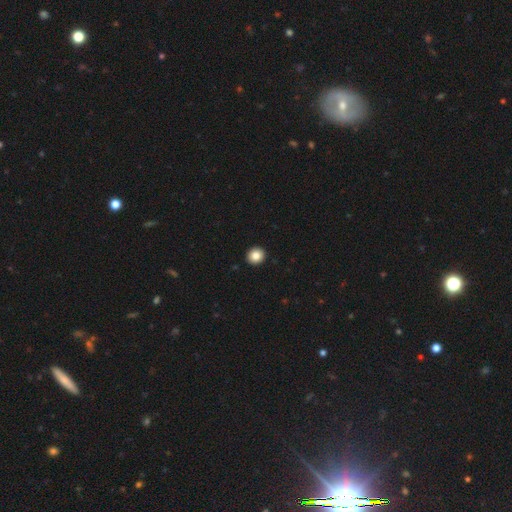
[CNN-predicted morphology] A smooth galaxy with no disk features (86%) that is round (86%).

Vote fractions:
- Smooth or featured? smooth: 86% / star or artifact: 9% / featured or disk: 6%
- How rounded? round: 86% / in between: 13% / cigar-shaped: 1%
- Merging? none: 94% / minor disturbance: 4% / major disturbance: 1% / merger: 1%